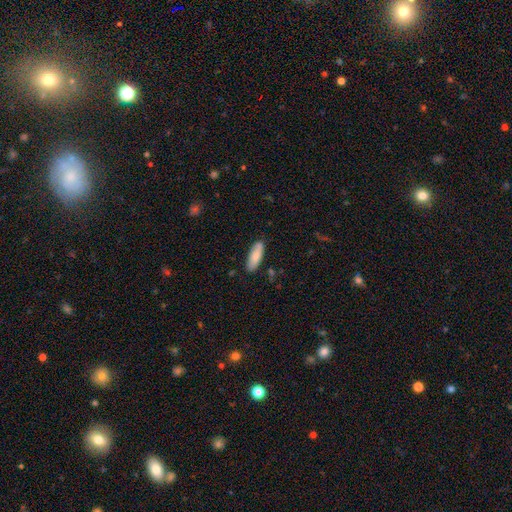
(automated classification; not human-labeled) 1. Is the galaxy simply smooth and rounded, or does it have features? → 79% smooth, 15% featured or disk, 6% star or artifact.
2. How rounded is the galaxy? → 62% in between, 36% cigar-shaped, 2% round.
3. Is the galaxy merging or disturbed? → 82% none, 14% minor disturbance, 2% major disturbance, 2% merger.